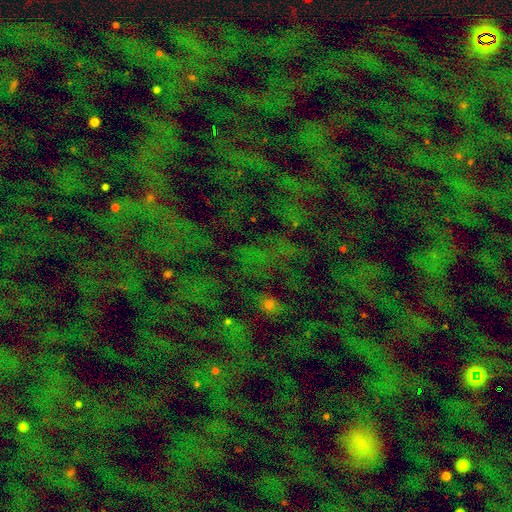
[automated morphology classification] Overall: star or artifact (71%).